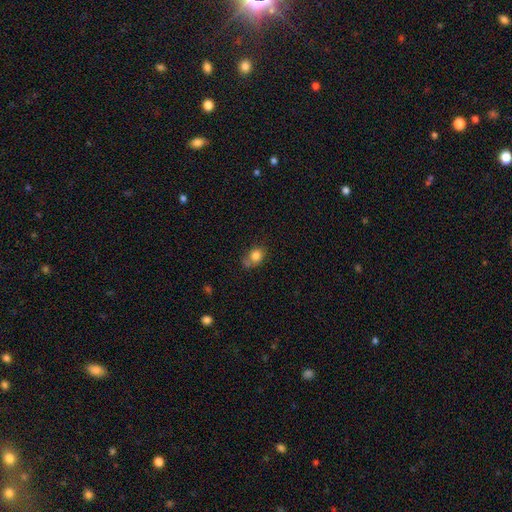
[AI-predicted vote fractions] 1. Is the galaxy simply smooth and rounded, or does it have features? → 81% smooth, 10% star or artifact, 9% featured or disk.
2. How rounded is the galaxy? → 53% round, 46% in between, 1% cigar-shaped.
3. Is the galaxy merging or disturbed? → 51% none, 26% minor disturbance, 12% merger, 11% major disturbance.